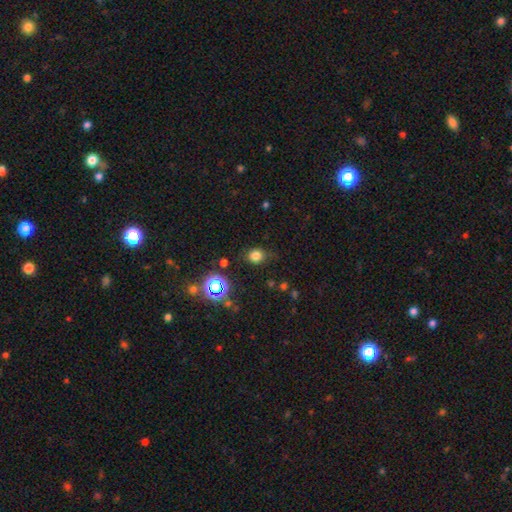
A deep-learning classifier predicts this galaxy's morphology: A smooth galaxy with no disk features (75%) that is round (76%).

Vote fractions:
- Smooth or featured? smooth: 75% / star or artifact: 19% / featured or disk: 6%
- How rounded? round: 76% / in between: 23% / cigar-shaped: 1%
- Merging? none: 75% / minor disturbance: 17% / major disturbance: 6% / merger: 2%